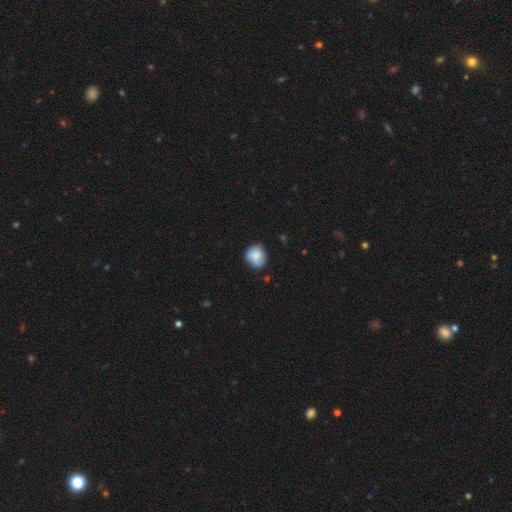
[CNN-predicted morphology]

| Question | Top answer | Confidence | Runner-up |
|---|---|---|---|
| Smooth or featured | smooth | 63% | featured or disk (29%) |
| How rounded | round | 77% | in between (22%) |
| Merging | none | 63% | minor disturbance (27%) |